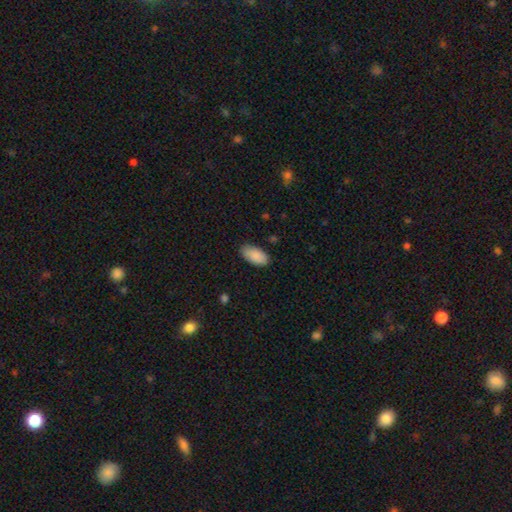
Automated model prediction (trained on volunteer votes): The model was most divided on "merging": none: 84%, minor disturbance: 12%, major disturbance: 2%, merger: 1%. More confident: how rounded — in between (94%); smooth or featured — smooth (90%).